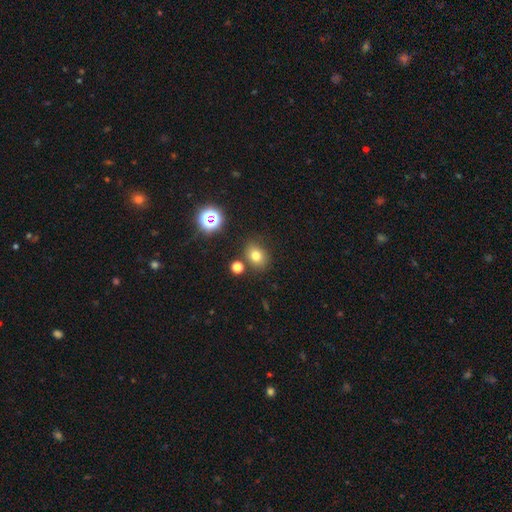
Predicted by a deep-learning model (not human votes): Q: Smooth or featured?
A: smooth (74%); runner-up: star or artifact (17%)
Q: How rounded?
A: round (58%); runner-up: in between (41%)
Q: Merging?
A: none (78%); runner-up: minor disturbance (12%)